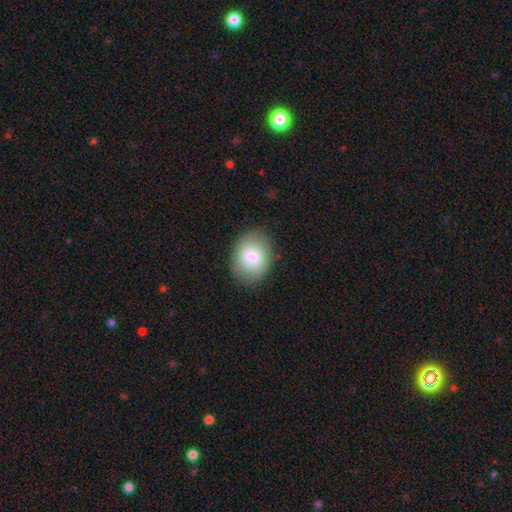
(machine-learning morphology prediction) Smooth or featured: smooth — 75% (featured or disk — 18%)
How rounded: in between — 63% (round — 36%)
Merging: none — 82% (minor disturbance — 13%)